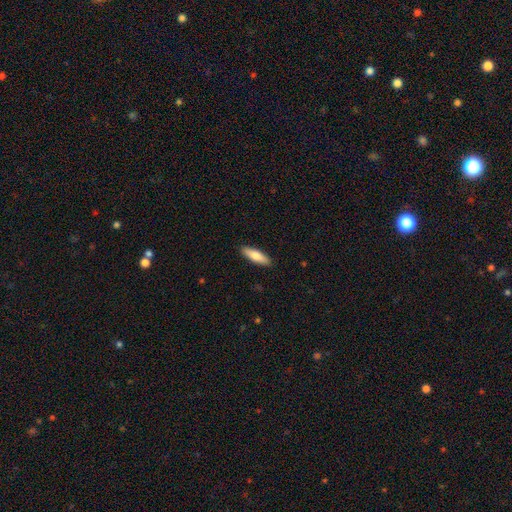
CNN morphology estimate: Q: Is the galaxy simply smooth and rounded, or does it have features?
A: smooth — 79%.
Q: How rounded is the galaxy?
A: cigar-shaped — 54%.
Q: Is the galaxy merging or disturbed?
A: none — 90%.